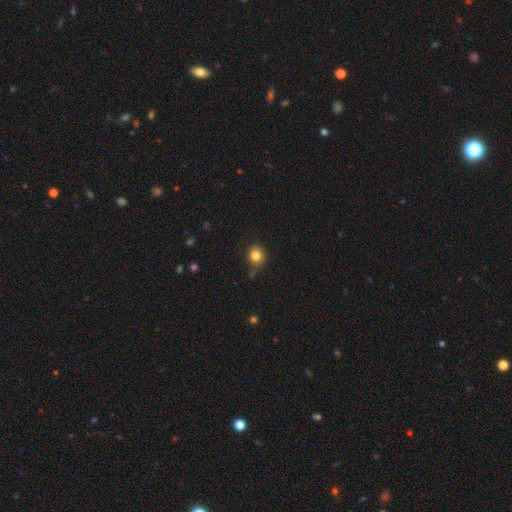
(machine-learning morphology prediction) smooth 82%, star or artifact 12%, featured or disk 6%. Down the decision tree: how rounded — round (85%); merging — none (79%).